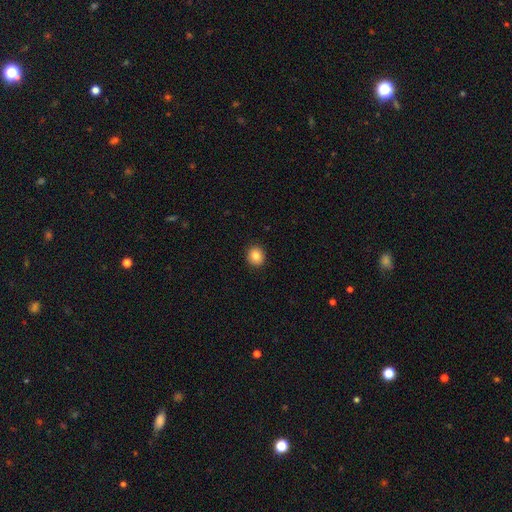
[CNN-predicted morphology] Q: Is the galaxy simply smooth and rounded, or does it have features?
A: smooth — 85%.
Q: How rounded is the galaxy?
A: round — 85%.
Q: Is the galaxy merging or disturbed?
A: none — 92%.